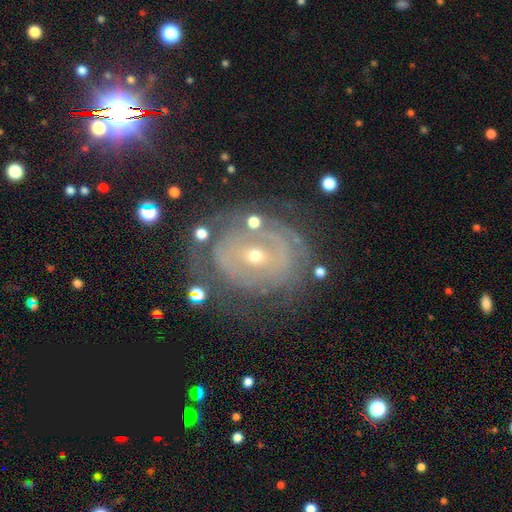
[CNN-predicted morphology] smooth_or_featured: featured or disk (p=0.78) [alt: smooth p=0.12]
disk_edge_on: no (p=0.96) [alt: yes p=0.04]
bar: no (p=0.57) [alt: weak p=0.30]
has_spiral_arms: yes (p=0.79) [alt: no p=0.21]
spiral_winding: tight (p=0.72) [alt: medium p=0.21]
spiral_arm_count: can't tell (p=0.45) [alt: 2 p=0.26]
bulge_size: small (p=0.63) [alt: moderate p=0.34]
merging: none (p=0.70) [alt: minor disturbance p=0.17]